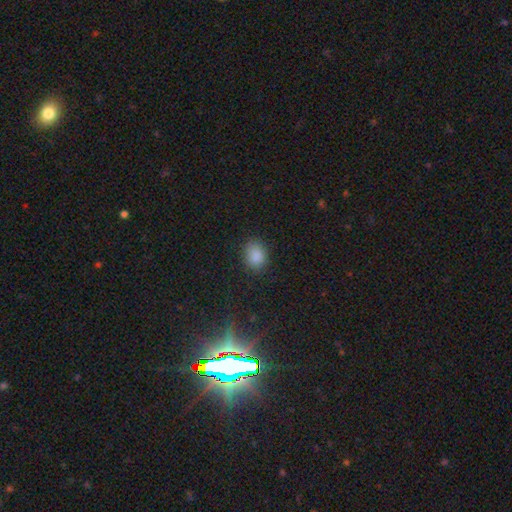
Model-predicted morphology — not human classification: smooth-or-featured: smooth: 86% | star or artifact: 11% | featured or disk: 4%
  how-rounded: in between: 54% | round: 45% | cigar-shaped: 1%
  merging: none: 82% | minor disturbance: 13% | major disturbance: 4% | merger: 1%